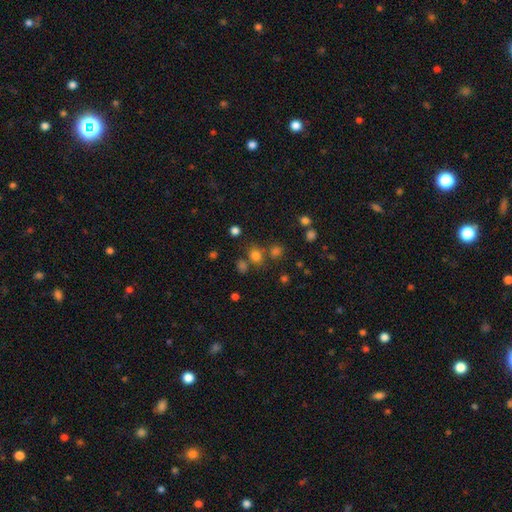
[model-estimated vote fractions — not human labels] Smooth or featured: smooth — 72% (star or artifact — 21%)
How rounded: round — 71% (in between — 27%)
Merging: none — 67% (merger — 17%)